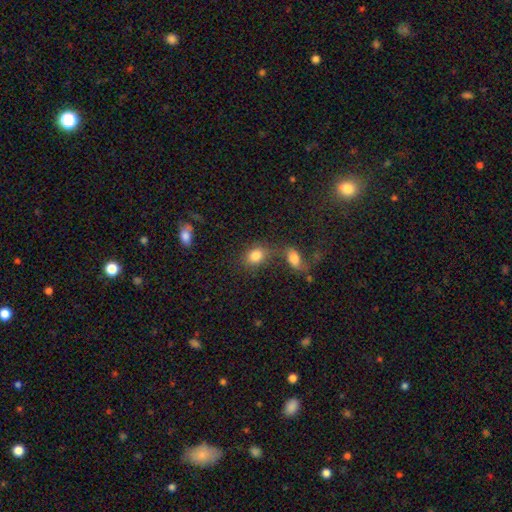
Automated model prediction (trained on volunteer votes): A smooth galaxy with no disk features (81%) that is in between round and cigar-shaped (64%). Merging: none (53%).